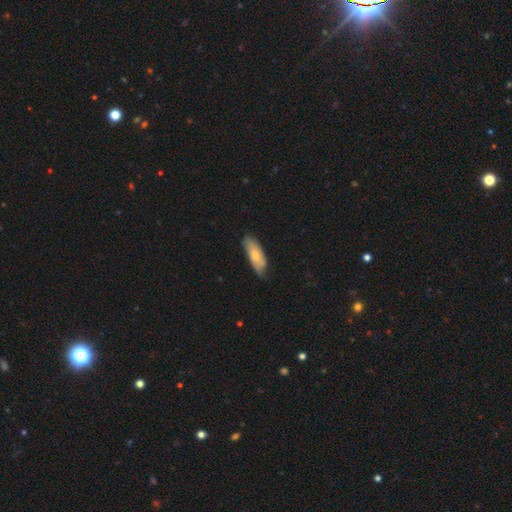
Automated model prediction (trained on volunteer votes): A smooth galaxy with no disk features (67%) that is in between round and cigar-shaped (72%).

Vote fractions:
- Smooth or featured? smooth: 67% / featured or disk: 27% / star or artifact: 5%
- How rounded? in between: 72% / cigar-shaped: 26% / round: 2%
- Merging? none: 69% / minor disturbance: 26% / major disturbance: 4% / merger: 1%